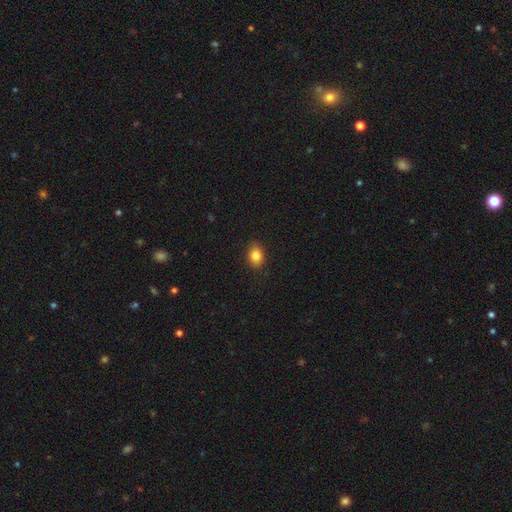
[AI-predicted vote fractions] smooth_or_featured: smooth (p=0.84) [alt: star or artifact p=0.10]
how_rounded: in between (p=0.66) [alt: round p=0.33]
merging: none (p=0.89) [alt: minor disturbance p=0.08]